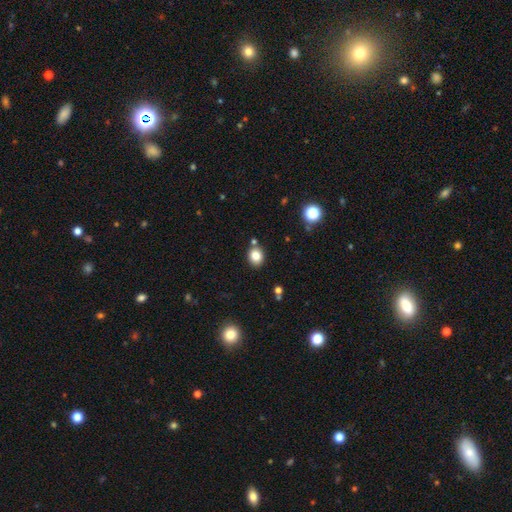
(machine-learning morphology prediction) A smooth galaxy with no disk features (83%) that is round (61%). Merging: none (82%).